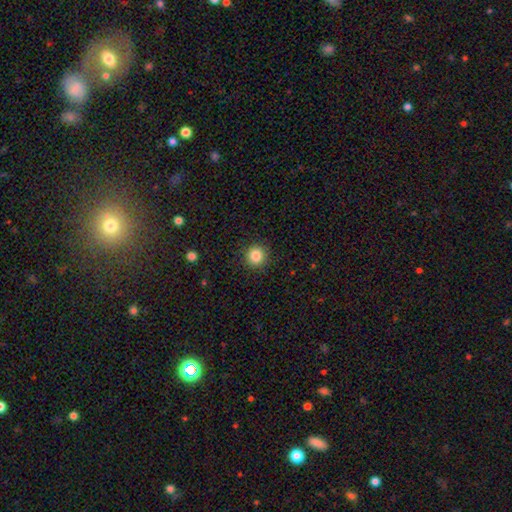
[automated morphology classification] Smooth or featured?
  - smooth: 85% *
  - star or artifact: 11%
  - featured or disk: 4%
How rounded?
  - round: 93% *
  - in between: 6%
  - cigar-shaped: 1%
Merging?
  - none: 91% *
  - minor disturbance: 6%
  - major disturbance: 2%
  - merger: 1%